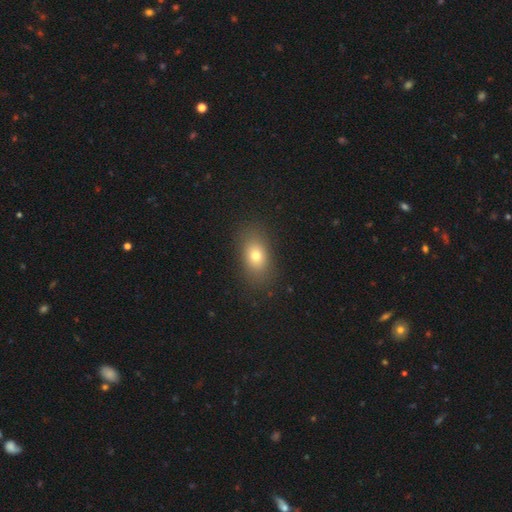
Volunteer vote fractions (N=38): Volunteers were most divided on "how rounded": in between: 84%, round: 12%, cigar-shaped: 3%. More confident: merging — none (86%); smooth or featured — smooth (84%).